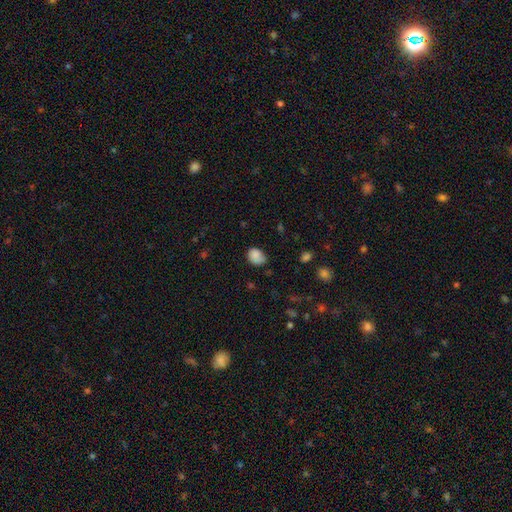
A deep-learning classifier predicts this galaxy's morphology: A smooth galaxy with no disk features (83%) that is in between round and cigar-shaped (55%). Merging: none (54%).